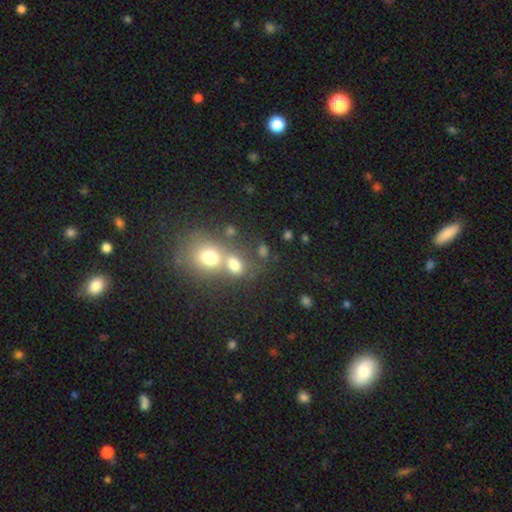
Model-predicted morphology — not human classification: smooth_or_featured: smooth (p=0.56) [alt: star or artifact p=0.29]
how_rounded: round (p=0.73) [alt: in between p=0.26]
merging: none (p=0.46) [alt: merger p=0.43]